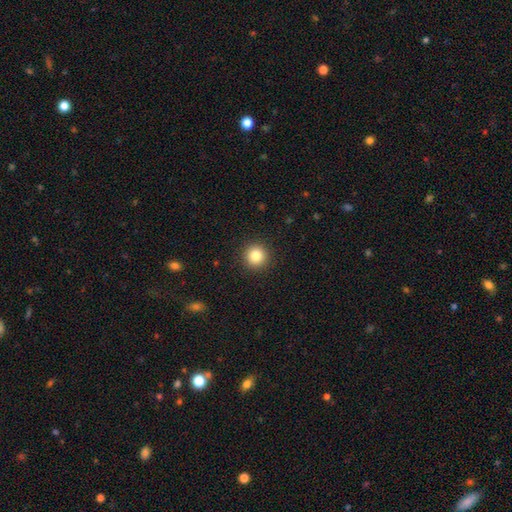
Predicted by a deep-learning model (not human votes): The model was most divided on "smooth or featured": smooth: 83%, star or artifact: 11%, featured or disk: 6%. More confident: how rounded — round (95%); merging — none (93%).